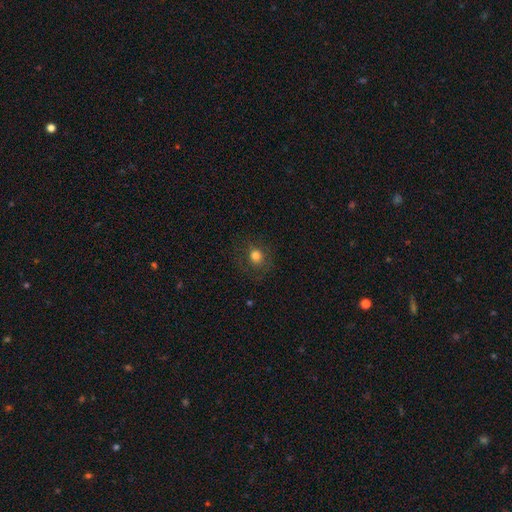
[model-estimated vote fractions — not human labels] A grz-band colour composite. It shows a smooth galaxy with no disk features (76%) that is round (79%). Merging: none (79%).